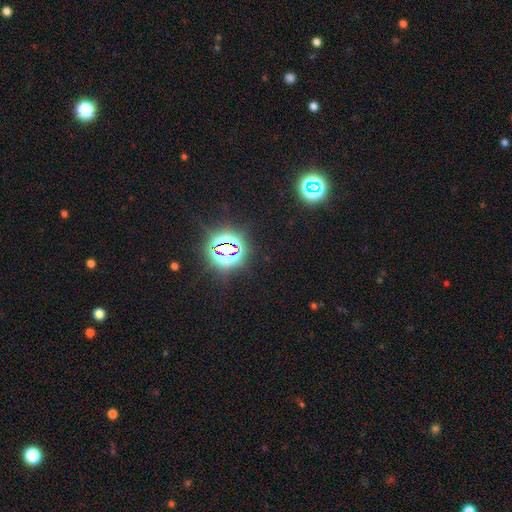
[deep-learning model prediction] A star or artifact, not a galaxy (82%).